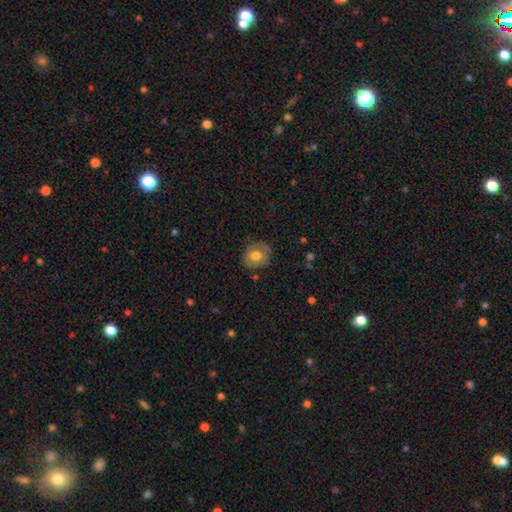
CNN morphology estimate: smooth-or-featured: smooth: 67% | featured or disk: 25% | star or artifact: 8%
  how-rounded: round: 74% | in between: 26% | cigar-shaped: 1%
  merging: none: 78% | minor disturbance: 16% | major disturbance: 5% | merger: 1%